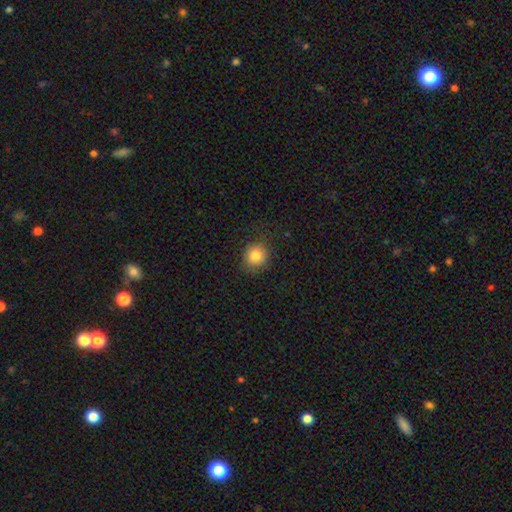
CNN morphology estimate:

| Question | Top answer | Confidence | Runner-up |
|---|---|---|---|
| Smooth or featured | smooth | 83% | star or artifact (10%) |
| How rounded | round | 83% | in between (16%) |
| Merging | none | 84% | minor disturbance (11%) |